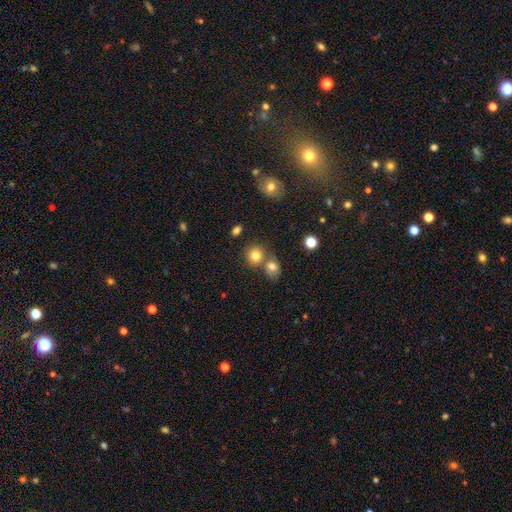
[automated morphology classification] Smooth or featured? smooth (79%)
How rounded? round (83%)
Merging? none (58%)